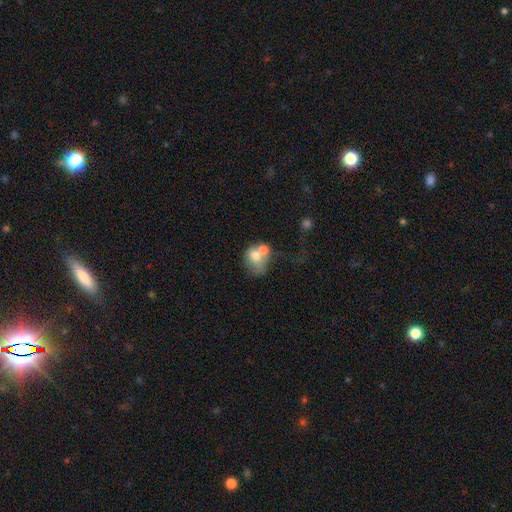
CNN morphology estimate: This is likely a smooth galaxy (65%). How rounded: possibly round (53%). Merging: possibly merger (57%).